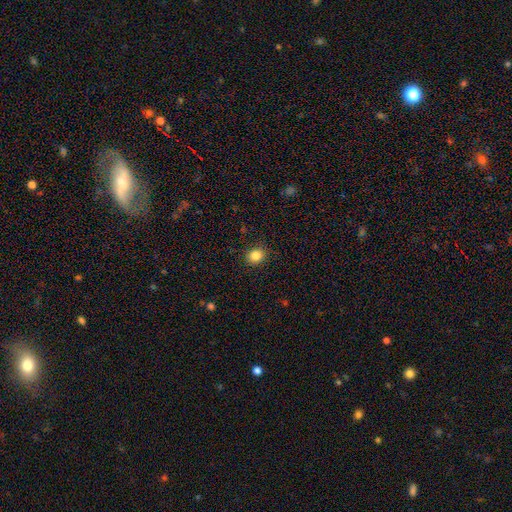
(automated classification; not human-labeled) Morphology: type=smooth (85%); roundness=round (65%); merging=none (89%).